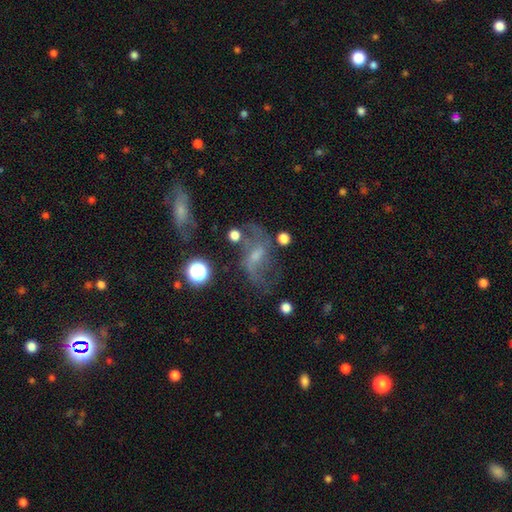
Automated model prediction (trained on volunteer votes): smooth-or-featured: featured or disk: 65% | smooth: 21% | star or artifact: 15%
  disk-edge-on: no: 95% | yes: 5%
    bar: weak: 50% | no: 31% | strong: 18%
    has-spiral-arms: yes: 82% | no: 18%
      spiral-winding: loose: 59% | medium: 33% | tight: 9%
      spiral-arm-count: 2: 77% | can't tell: 12% | 1: 5% | 3: 3% | 4: 2% | more than 4: 2%
    bulge-size: small: 41% | moderate: 31% | none: 22% | large: 4% | dominant: 1%
  merging: none: 51% | major disturbance: 21% | minor disturbance: 20% | merger: 8%